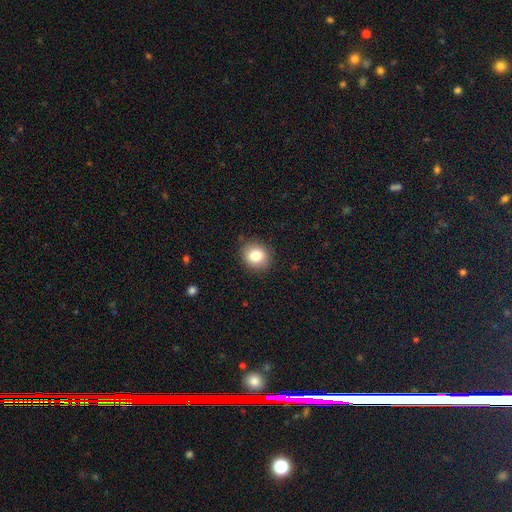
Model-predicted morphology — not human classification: The model was most divided on "how rounded": round: 73%, in between: 26%, cigar-shaped: 1%. More confident: merging — none (87%); smooth or featured — smooth (81%).